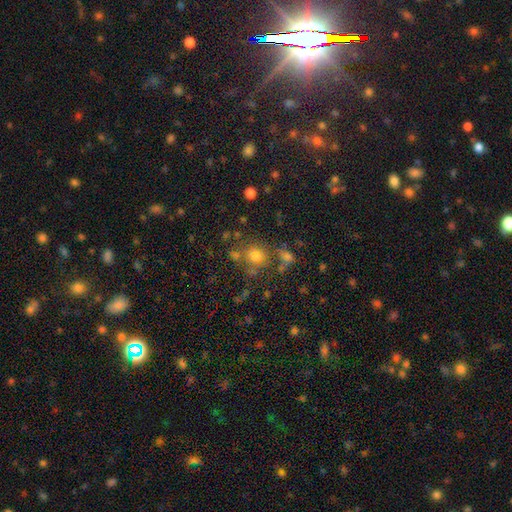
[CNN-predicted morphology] Smooth or featured?
  - smooth: 69% *
  - star or artifact: 21%
  - featured or disk: 10%
How rounded?
  - round: 82% *
  - in between: 17%
  - cigar-shaped: 1%
Merging?
  - none: 67% *
  - merger: 15%
  - minor disturbance: 12%
  - major disturbance: 6%